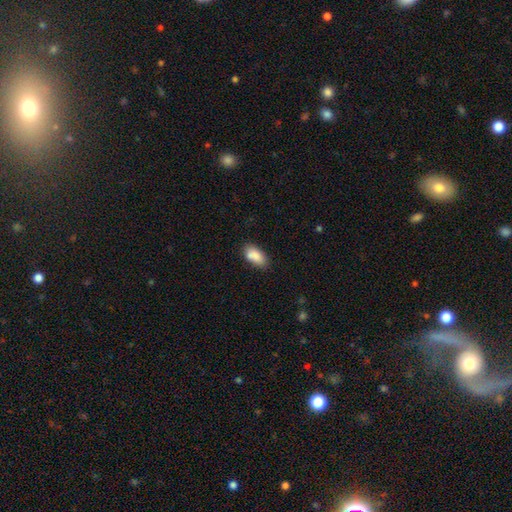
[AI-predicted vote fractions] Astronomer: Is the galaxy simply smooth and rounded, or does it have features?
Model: smooth — 85%.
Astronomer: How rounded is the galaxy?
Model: in between — 90%.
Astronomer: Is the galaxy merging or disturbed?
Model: none — 69%.